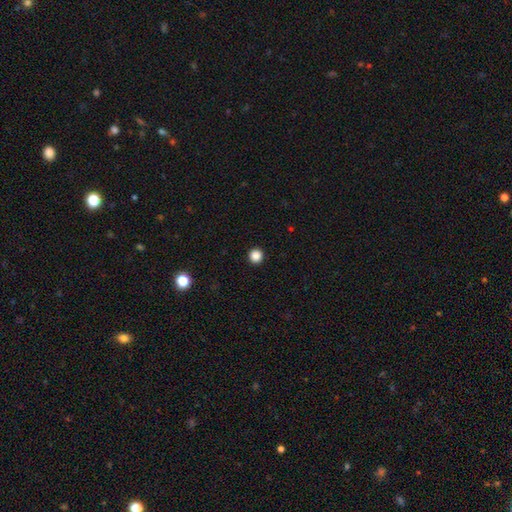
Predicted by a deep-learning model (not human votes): This is clearly a smooth galaxy (86%). How rounded: clearly round (95%). Merging: clearly none (94%).